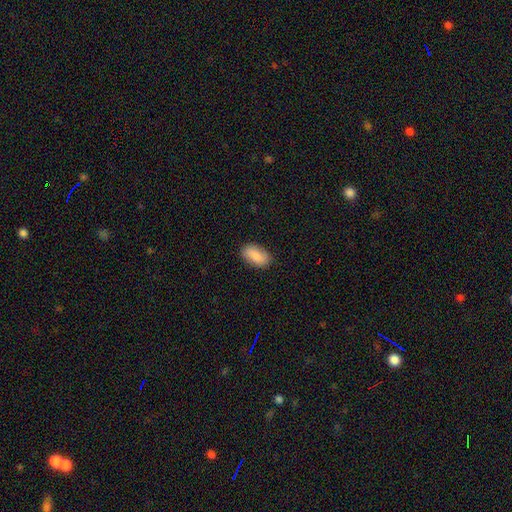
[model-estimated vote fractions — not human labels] A smooth galaxy with no disk features (83%) that is in between round and cigar-shaped (92%).

Vote fractions:
- Smooth or featured? smooth: 83% / featured or disk: 11% / star or artifact: 6%
- How rounded? in between: 92% / cigar-shaped: 4% / round: 4%
- Merging? none: 85% / minor disturbance: 11% / major disturbance: 2% / merger: 1%